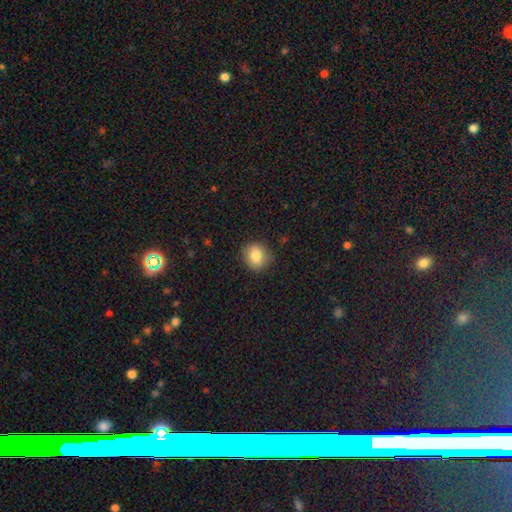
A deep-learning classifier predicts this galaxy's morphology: smooth_or_featured: smooth (p=0.82) [alt: star or artifact p=0.09]
how_rounded: round (p=0.79) [alt: in between p=0.20]
merging: none (p=0.86) [alt: minor disturbance p=0.10]